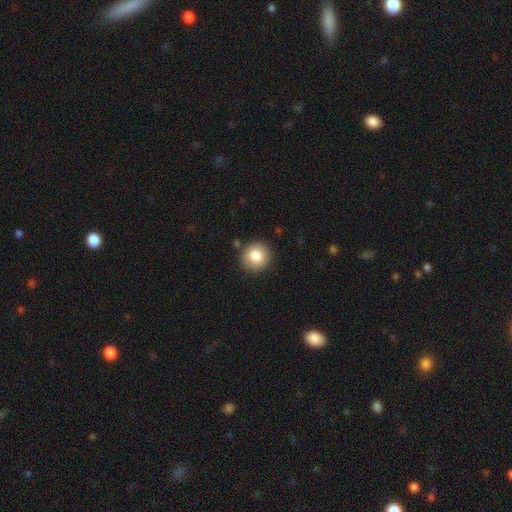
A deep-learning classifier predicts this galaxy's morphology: smooth-or-featured: smooth: 83% | featured or disk: 9% | star or artifact: 8%
  how-rounded: round: 92% | in between: 7% | cigar-shaped: 1%
  merging: none: 88% | minor disturbance: 8% | major disturbance: 2% | merger: 2%